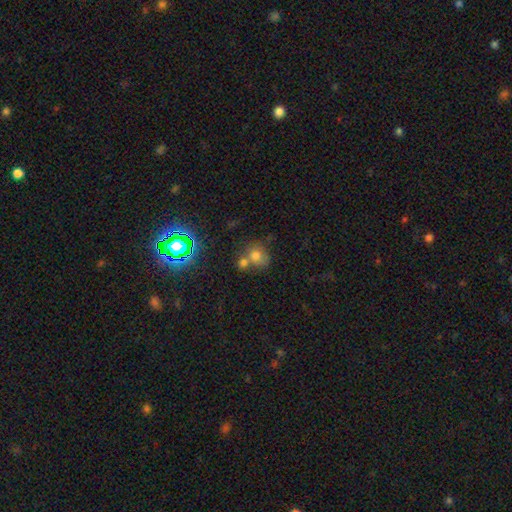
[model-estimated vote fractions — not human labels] This appears to be a smooth galaxy with no disk features (69%) that is round (73%). Merging: merger (48%).